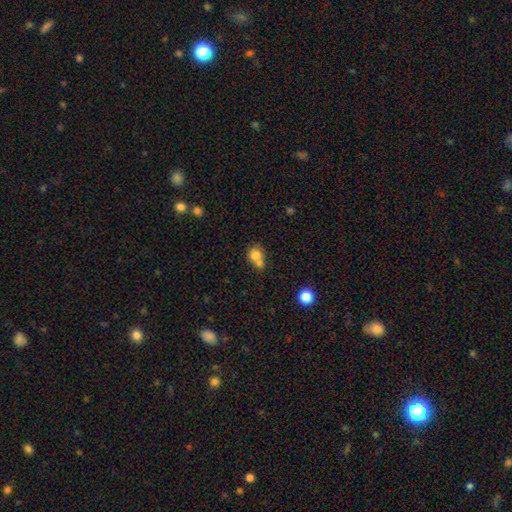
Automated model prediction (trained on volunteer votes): smooth-or-featured: smooth: 78% | featured or disk: 11% | star or artifact: 11%
  how-rounded: round: 73% | in between: 26% | cigar-shaped: 1%
  merging: merger: 49% | none: 37% | minor disturbance: 10% | major disturbance: 4%